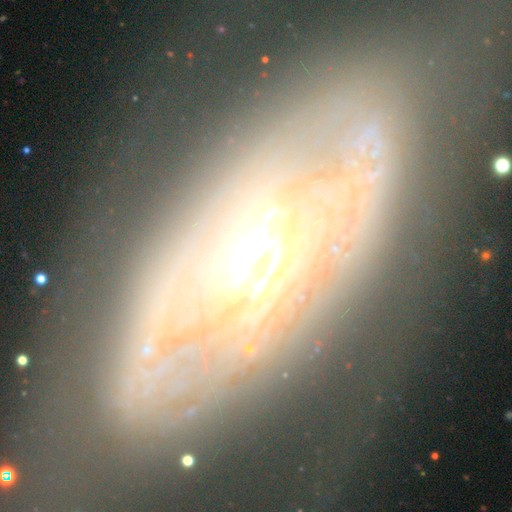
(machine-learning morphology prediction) Q: Smooth or featured?
A: featured or disk (74%); runner-up: smooth (15%)
Q: Edge-on disk?
A: no (75%); runner-up: yes (25%)
Q: Bar?
A: no (55%); runner-up: weak (29%)
Q: Spiral arms?
A: yes (60%); runner-up: no (40%)
Q: Bulge size?
A: moderate (66%); runner-up: small (15%)
Q: Merging?
A: none (71%); runner-up: minor disturbance (17%)